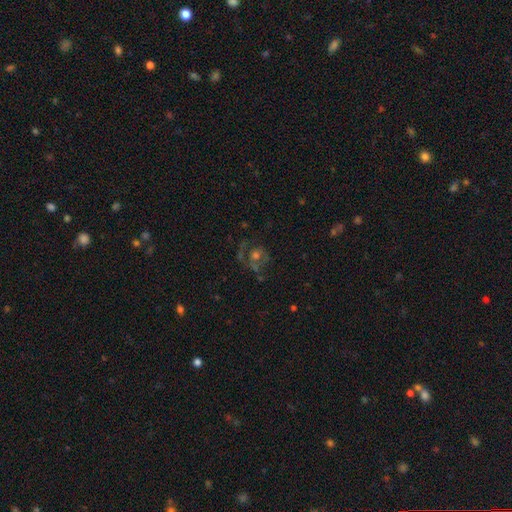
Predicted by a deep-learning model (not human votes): A featured or disk galaxy (54%) with no bar (83%), no spiral arms (50%, tied with yes) and a moderate central bulge (56%).

Vote fractions:
- Smooth or featured? featured or disk: 54% / smooth: 24% / star or artifact: 22%
- Edge-on disk? no: 97% / yes: 3%
- Bar? no: 83% / weak: 14% / strong: 4%
- Spiral arms? no: 50% (tied) / yes: 50% (tied)
- Bulge size? moderate: 56% / small: 21% / large: 13% / none: 7% / dominant: 3%
- Merging? none: 55% / major disturbance: 23% / minor disturbance: 16% / merger: 7%